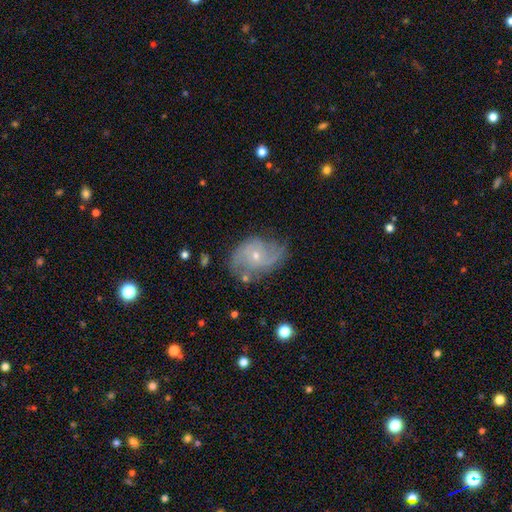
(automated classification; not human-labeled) Smooth or featured? Predicted: featured or disk (p=0.77). Edge-on disk? Predicted: no (p=0.97). Bar? Predicted: no (p=0.70). Spiral arms? Predicted: yes (p=0.89). Spiral winding? Predicted: medium (p=0.42). Spiral arm count? Predicted: 2 (p=0.58). Bulge size? Predicted: small (p=0.69). Merging? Predicted: none (p=0.57).